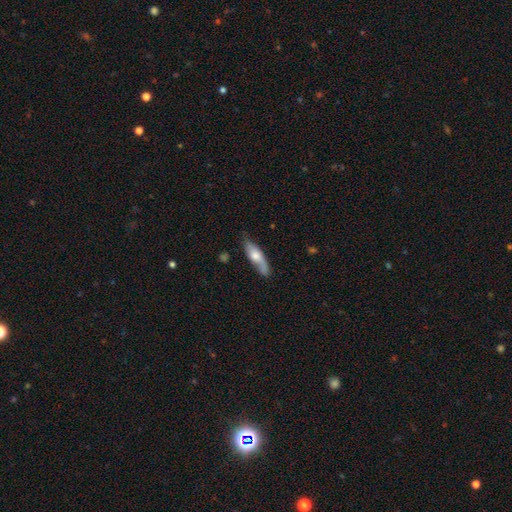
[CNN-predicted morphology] Q: Smooth or featured?
A: smooth (54%); runner-up: featured or disk (41%)
Q: How rounded?
A: cigar-shaped (58%); runner-up: in between (40%)
Q: Merging?
A: none (67%); runner-up: minor disturbance (25%)